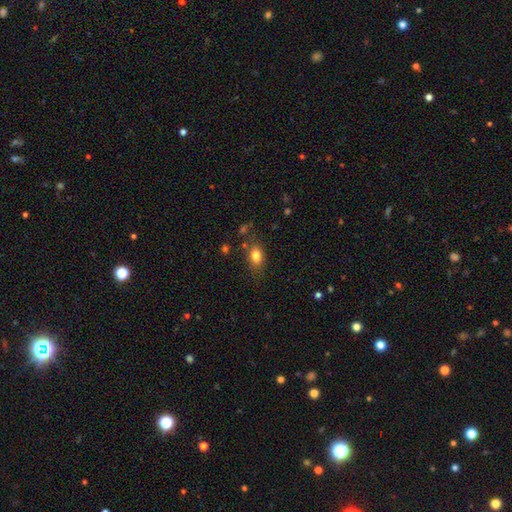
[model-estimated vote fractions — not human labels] smooth 81%, star or artifact 10%, featured or disk 9%. Down the decision tree: how rounded — in between (77%); merging — none (76%).